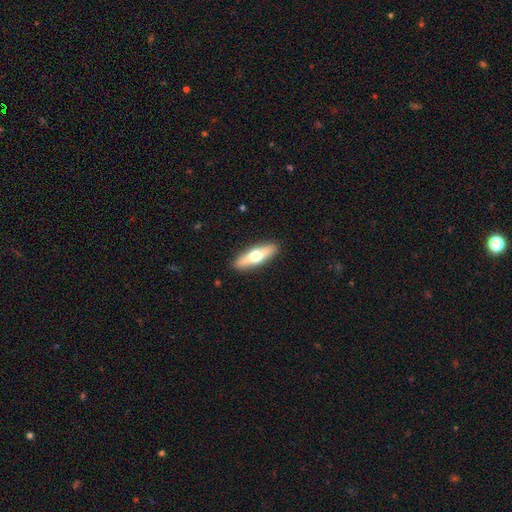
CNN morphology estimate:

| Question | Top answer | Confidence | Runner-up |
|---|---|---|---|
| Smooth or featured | featured or disk | 49% | smooth (45%) |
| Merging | none | 90% | minor disturbance (7%) |